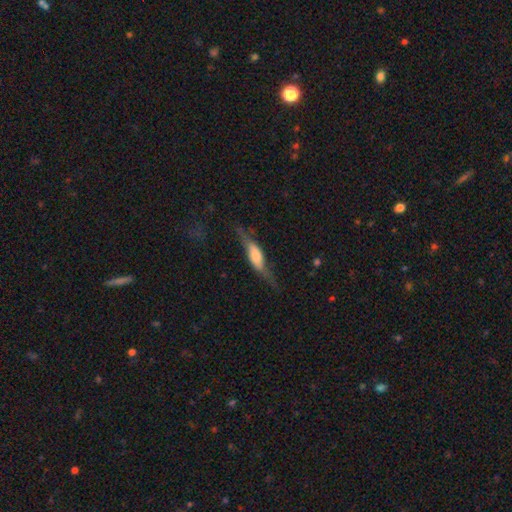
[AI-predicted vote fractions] Overall: featured or disk (49%; smooth 44%). Merging: none (54%; minor disturbance 25%).